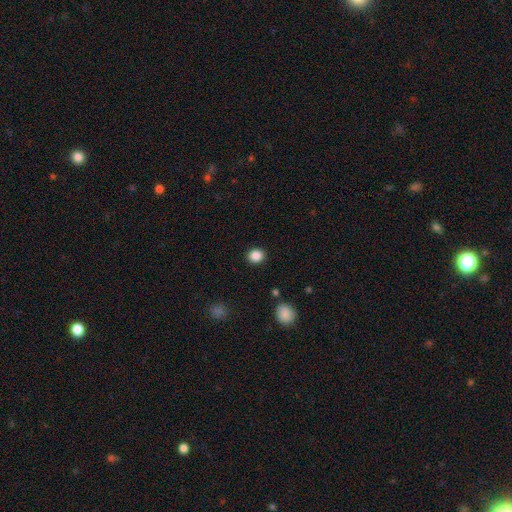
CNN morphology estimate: Smooth or featured? Predicted: smooth (p=0.87). How rounded? Predicted: round (p=0.75). Merging? Predicted: none (p=0.90).